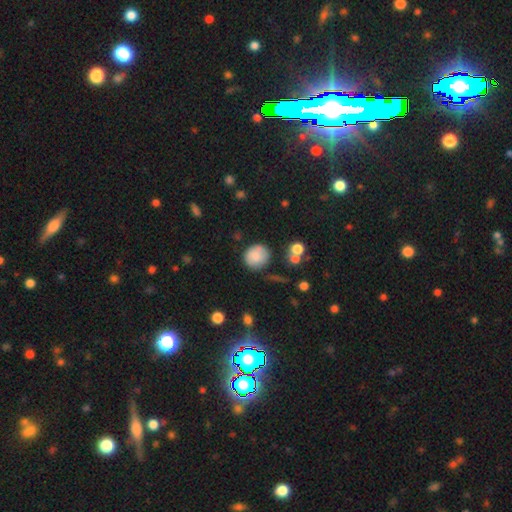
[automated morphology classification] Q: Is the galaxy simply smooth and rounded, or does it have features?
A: smooth — 81%.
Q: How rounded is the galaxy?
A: round — 84%.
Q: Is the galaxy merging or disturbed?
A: none — 74%.